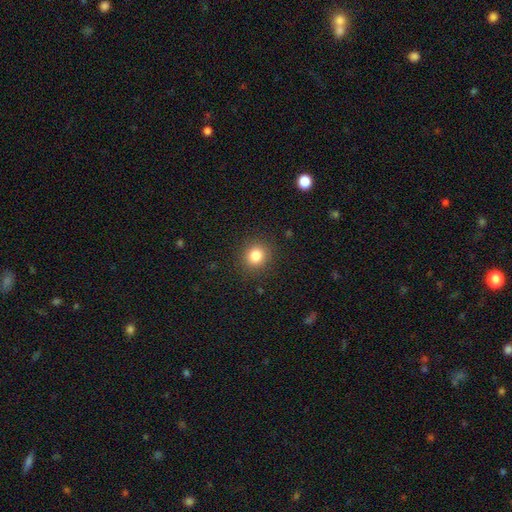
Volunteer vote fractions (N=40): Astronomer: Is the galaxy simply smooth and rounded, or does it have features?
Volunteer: smooth — 85%.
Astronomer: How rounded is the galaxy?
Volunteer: round — 94%.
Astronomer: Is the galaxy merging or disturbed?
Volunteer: none — 86%.